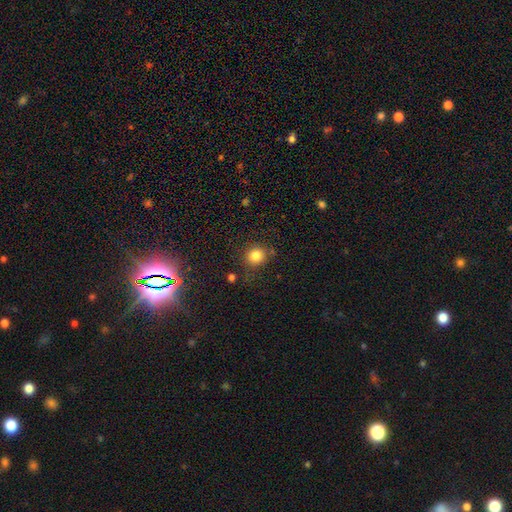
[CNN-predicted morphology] smooth-or-featured: smooth: 82% | star or artifact: 12% | featured or disk: 6%
  how-rounded: round: 87% | in between: 12% | cigar-shaped: 1%
  merging: none: 80% | minor disturbance: 12% | major disturbance: 5% | merger: 4%